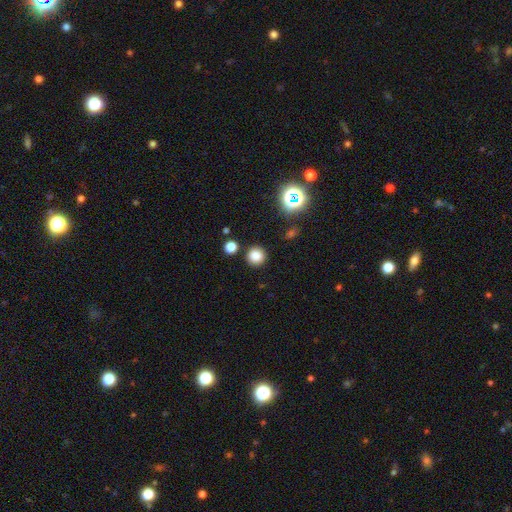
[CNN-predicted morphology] This appears to be a smooth galaxy with no disk features (81%) that is round (94%). Merging: none (88%).